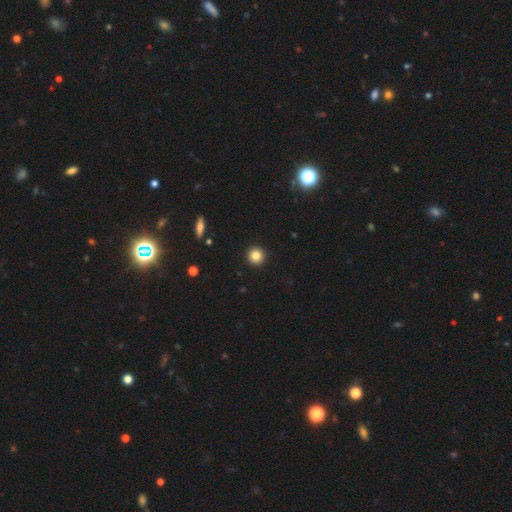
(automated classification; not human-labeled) Overall: smooth (84%). How rounded: round (95%). Merging: none (93%).